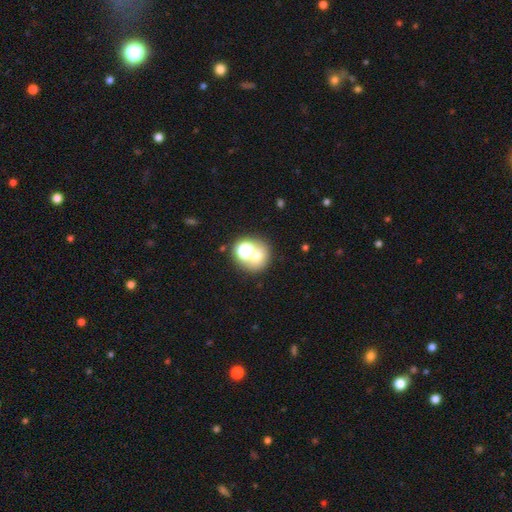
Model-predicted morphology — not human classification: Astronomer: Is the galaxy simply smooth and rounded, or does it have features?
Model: smooth — 60%.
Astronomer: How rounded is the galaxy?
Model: round — 75%.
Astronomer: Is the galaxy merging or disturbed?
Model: none — 47% (runner-up: merger, 39%).